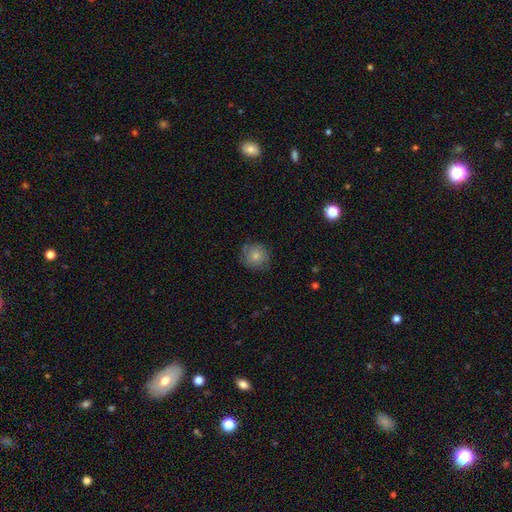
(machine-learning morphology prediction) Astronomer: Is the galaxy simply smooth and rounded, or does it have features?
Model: smooth — 63%.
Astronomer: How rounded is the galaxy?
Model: round — 89%.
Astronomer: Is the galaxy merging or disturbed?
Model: none — 77%.